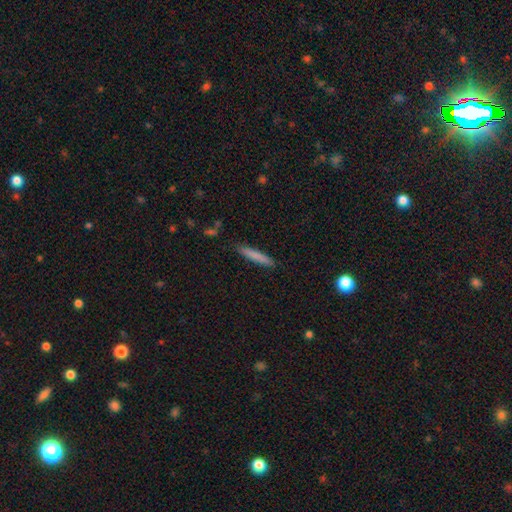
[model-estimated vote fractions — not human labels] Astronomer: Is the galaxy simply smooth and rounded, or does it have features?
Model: smooth — 80%.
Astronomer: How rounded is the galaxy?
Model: cigar-shaped — 93%.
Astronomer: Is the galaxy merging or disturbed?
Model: none — 88%.